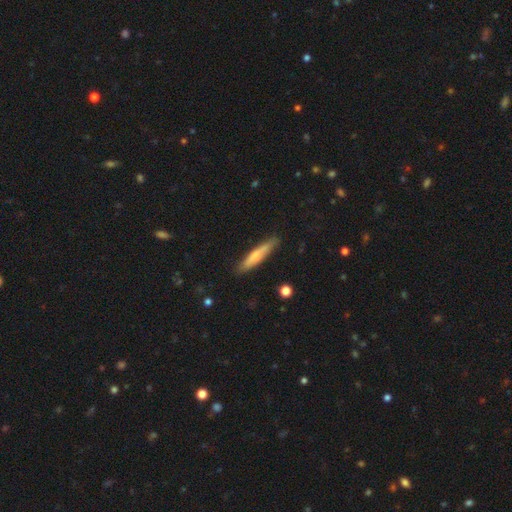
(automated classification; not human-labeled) Overall: smooth (68%). How rounded: cigar-shaped (89%). Merging: none (83%).